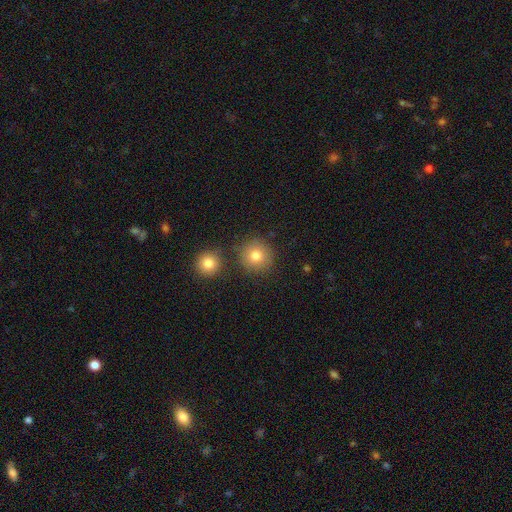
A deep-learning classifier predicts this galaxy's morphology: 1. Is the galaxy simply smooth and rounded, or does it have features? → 80% smooth, 12% star or artifact, 8% featured or disk.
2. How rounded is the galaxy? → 93% round, 6% in between, 1% cigar-shaped.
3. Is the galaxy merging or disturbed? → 80% none, 9% merger, 8% minor disturbance, 3% major disturbance.